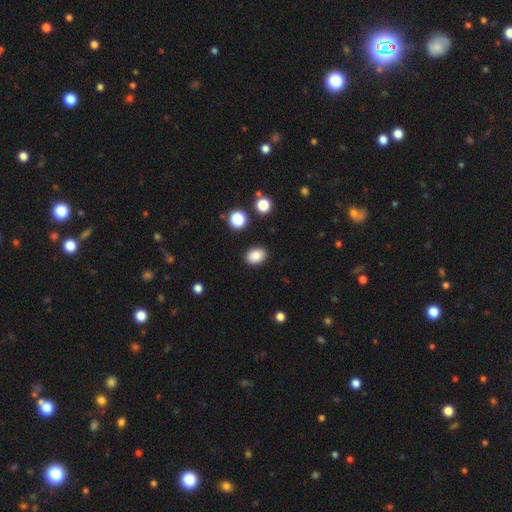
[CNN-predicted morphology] Smooth or featured? smooth (86%)
How rounded? in between (68%)
Merging? none (88%)